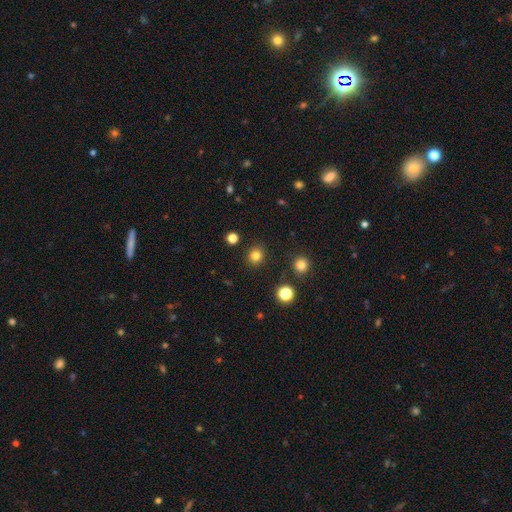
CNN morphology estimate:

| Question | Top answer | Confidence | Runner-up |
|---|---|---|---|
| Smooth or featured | smooth | 81% | star or artifact (14%) |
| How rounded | round | 86% | in between (14%) |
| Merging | none | 89% | minor disturbance (6%) |